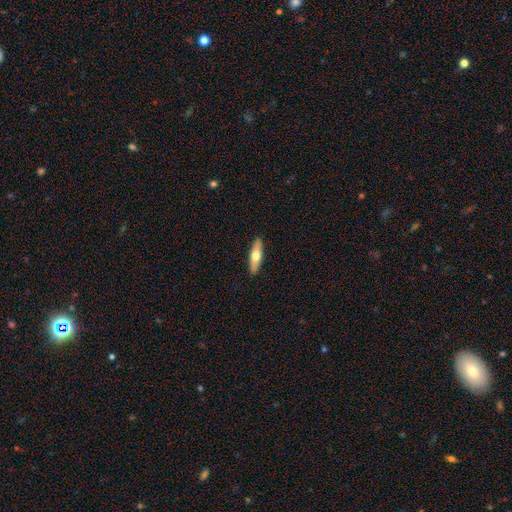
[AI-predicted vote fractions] smooth-or-featured: smooth: 56% | featured or disk: 38% | star or artifact: 5%
  how-rounded: cigar-shaped: 63% | in between: 34% | round: 2%
  merging: none: 91% | minor disturbance: 7% | major disturbance: 2% | merger: 1%